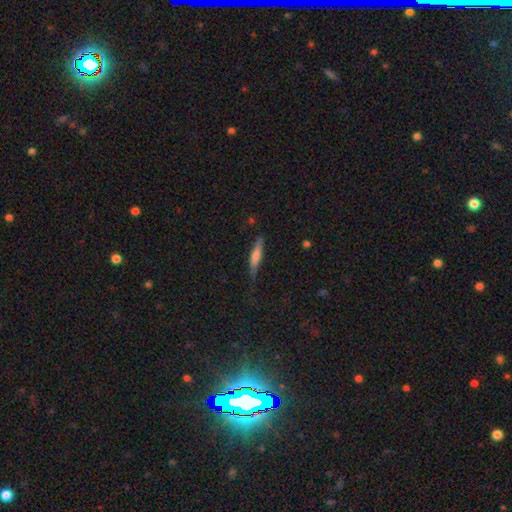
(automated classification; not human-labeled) Morphology: type=smooth (56%); roundness=cigar-shaped (88%); merging=none (71%).